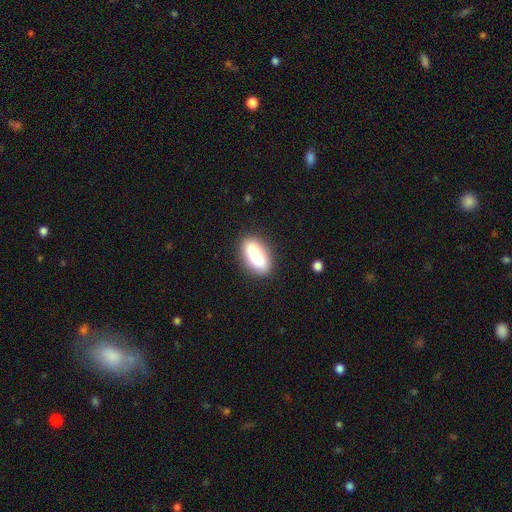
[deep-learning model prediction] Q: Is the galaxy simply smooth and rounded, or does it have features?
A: smooth — 80%.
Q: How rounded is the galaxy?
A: in between — 83%.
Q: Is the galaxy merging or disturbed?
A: none — 86%.